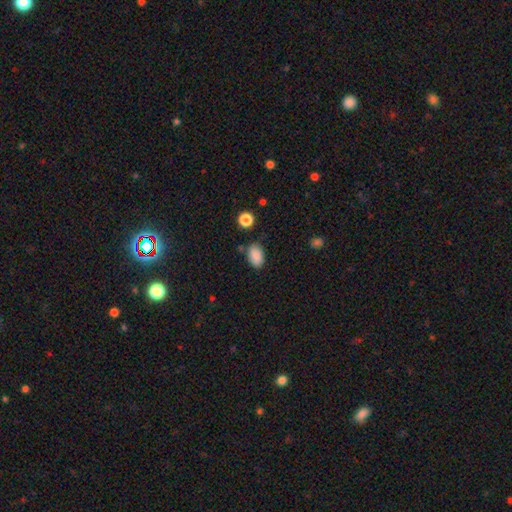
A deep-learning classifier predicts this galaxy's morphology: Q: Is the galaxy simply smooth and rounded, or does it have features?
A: smooth — 88%.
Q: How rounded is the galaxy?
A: in between — 87%.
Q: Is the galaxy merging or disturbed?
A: none — 77%.